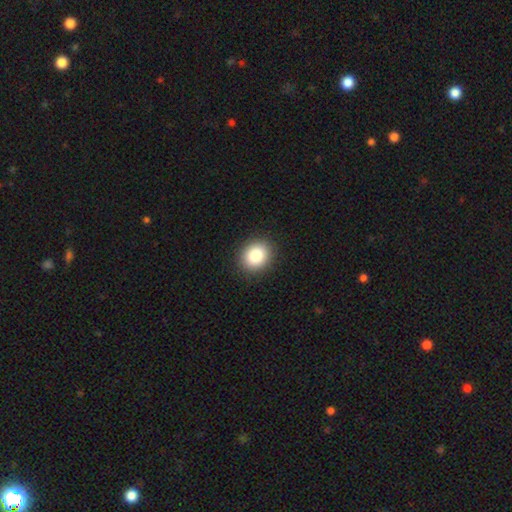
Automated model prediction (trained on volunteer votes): A smooth galaxy with no disk features (87%) that is round (63%).

Vote fractions:
- Smooth or featured? smooth: 87% / star or artifact: 9% / featured or disk: 5%
- How rounded? round: 63% / in between: 36% / cigar-shaped: 1%
- Merging? none: 91% / minor disturbance: 6% / major disturbance: 2% / merger: 1%